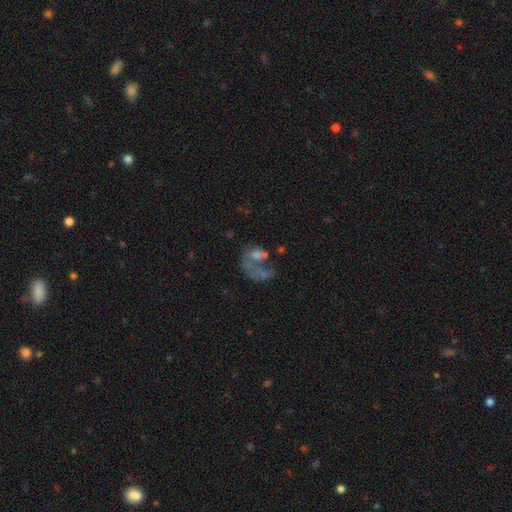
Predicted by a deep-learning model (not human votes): Smooth or featured?
  - featured or disk: 50% *
  - smooth: 36%
  - star or artifact: 15%
Merging?
  - major disturbance: 36% *
  - merger: 34%
  - none: 20%
  - minor disturbance: 10%